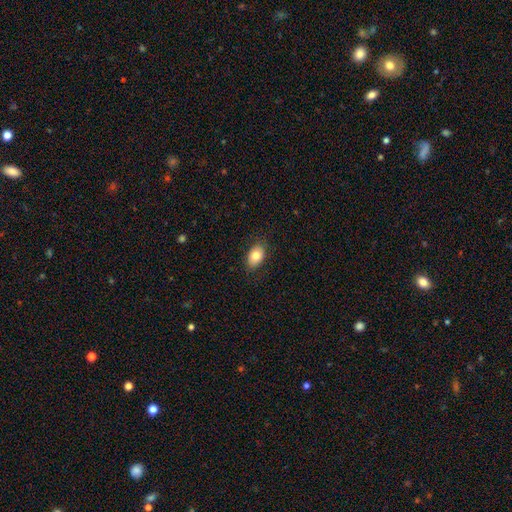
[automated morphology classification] Q: Smooth or featured?
A: smooth (80%); runner-up: featured or disk (12%)
Q: How rounded?
A: in between (86%); runner-up: round (13%)
Q: Merging?
A: none (84%); runner-up: minor disturbance (12%)